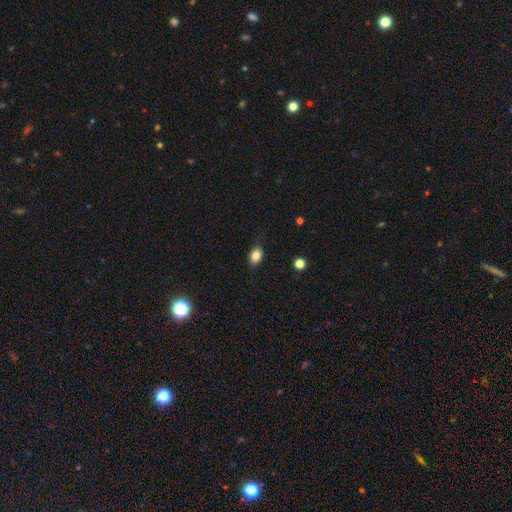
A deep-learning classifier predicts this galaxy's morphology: smooth 83%, star or artifact 10%, featured or disk 8%. Down the decision tree: how rounded — in between (77%); merging — none (81%).